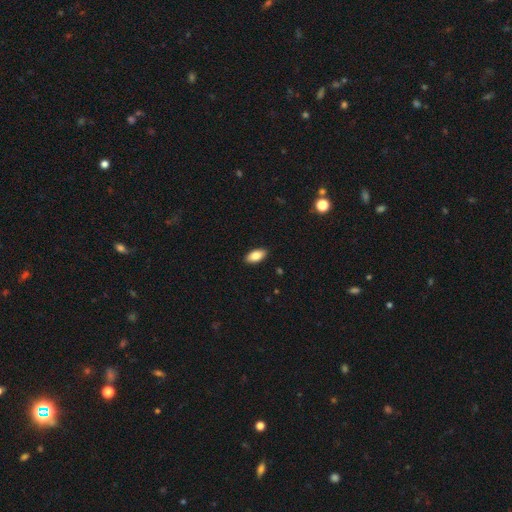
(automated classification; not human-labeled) Morphology: type=smooth (84%); roundness=in between (93%); merging=none (90%).